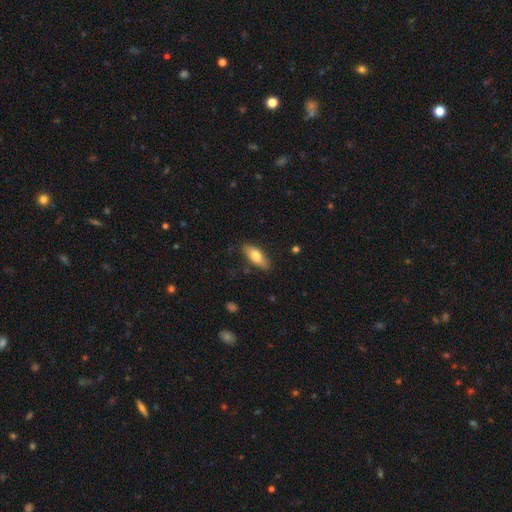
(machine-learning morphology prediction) Overall: smooth (73%). How rounded: in between (72%). Merging: none (84%).